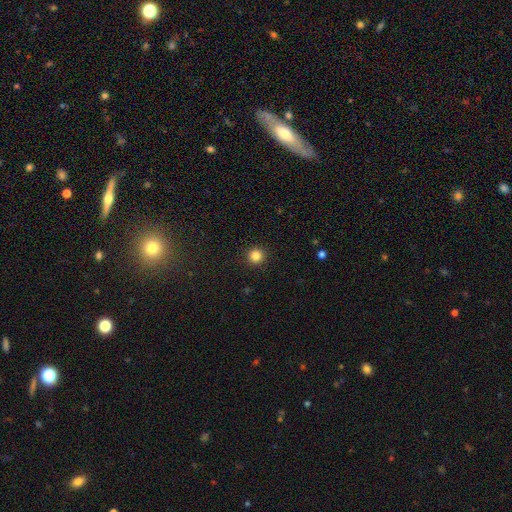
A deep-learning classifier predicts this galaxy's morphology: Smooth or featured? smooth (84%)
How rounded? round (96%)
Merging? none (93%)